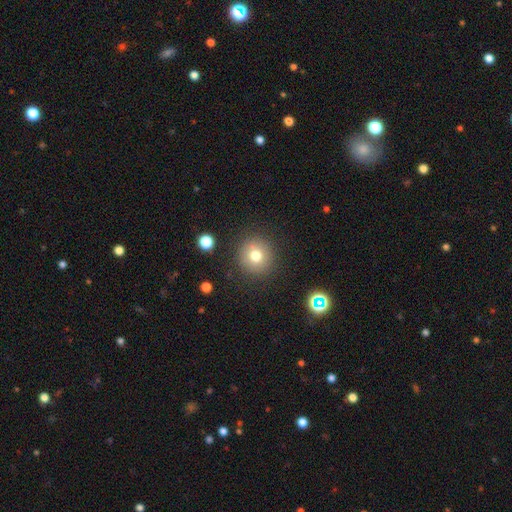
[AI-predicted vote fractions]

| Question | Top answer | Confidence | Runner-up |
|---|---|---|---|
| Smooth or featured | smooth | 75% | star or artifact (13%) |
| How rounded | round | 93% | in between (6%) |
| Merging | none | 87% | minor disturbance (8%) |